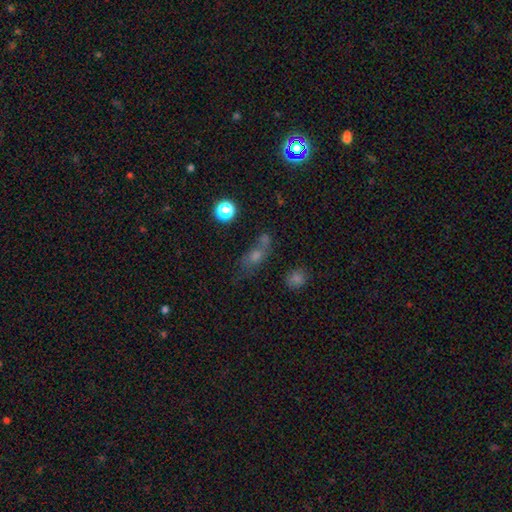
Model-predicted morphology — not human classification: The model was most divided on "merging": none: 45%, merger: 29%, minor disturbance: 15%, major disturbance: 11%. More confident: smooth or featured — smooth (56%); how rounded — in between (53%).